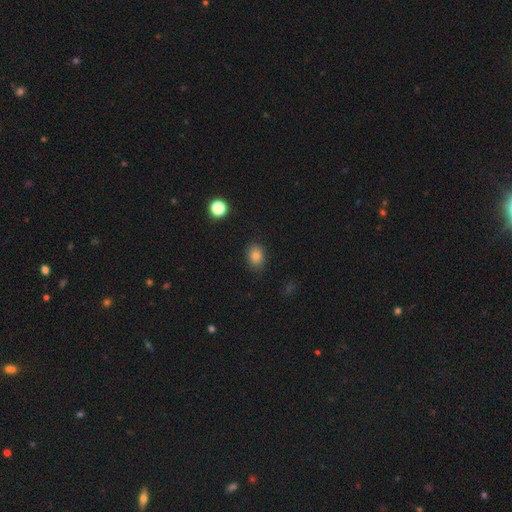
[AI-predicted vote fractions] This appears to be a smooth galaxy with no disk features (81%) that is in between round and cigar-shaped (62%). Merging: none (85%).